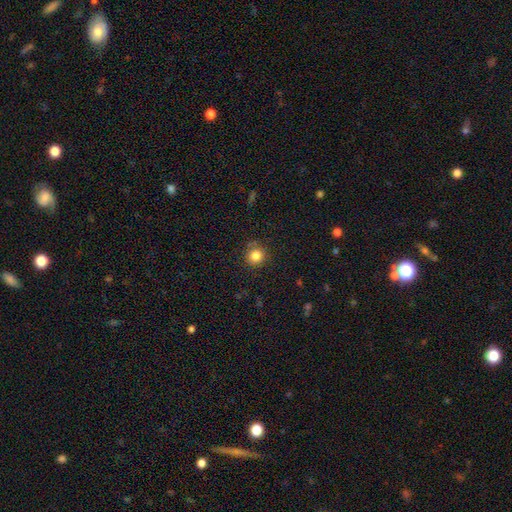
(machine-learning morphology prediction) This is clearly a smooth galaxy (83%). How rounded: clearly round (92%). Merging: clearly none (87%).